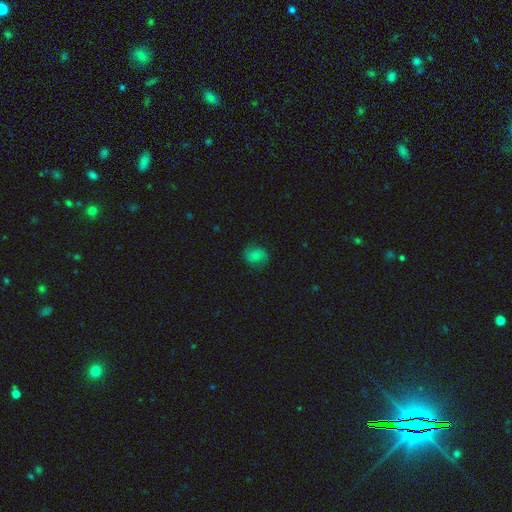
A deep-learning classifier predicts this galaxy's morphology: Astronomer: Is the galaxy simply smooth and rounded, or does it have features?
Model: smooth — 69%.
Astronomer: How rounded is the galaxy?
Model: round — 59% (runner-up: in between, 40%).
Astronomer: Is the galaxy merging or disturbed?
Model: none — 75%.